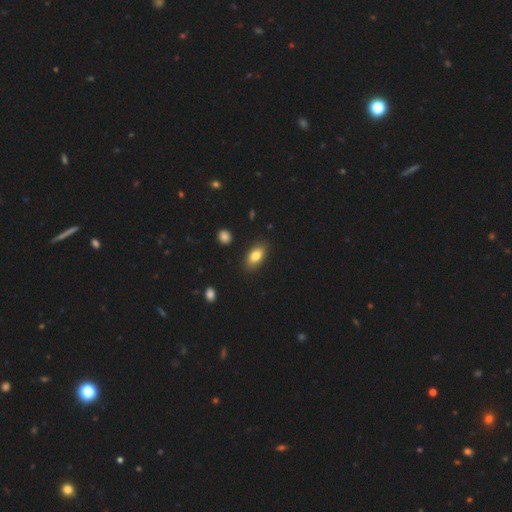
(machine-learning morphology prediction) smooth-or-featured: smooth: 81% | featured or disk: 11% | star or artifact: 8%
  how-rounded: in between: 89% | cigar-shaped: 6% | round: 5%
  merging: none: 86% | minor disturbance: 10% | major disturbance: 2% | merger: 2%